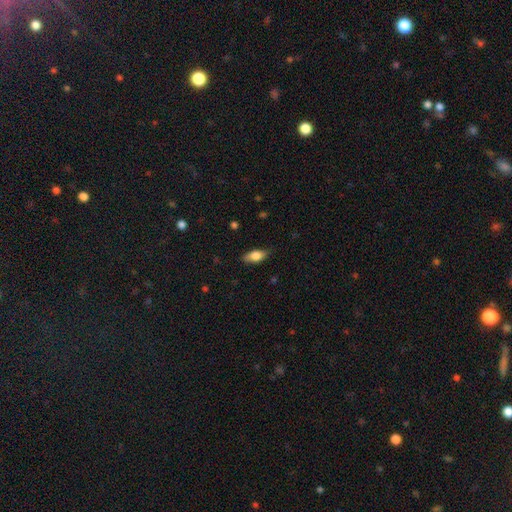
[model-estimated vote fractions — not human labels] Overall: smooth (75%). How rounded: in between (82%). Merging: none (78%).